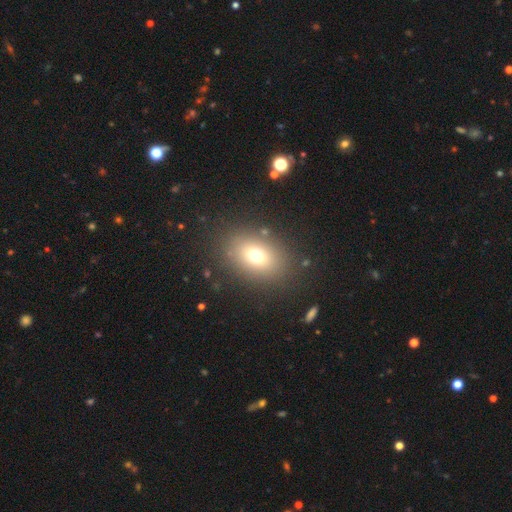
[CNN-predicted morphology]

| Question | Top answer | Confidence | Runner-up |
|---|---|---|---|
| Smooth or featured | smooth | 72% | star or artifact (15%) |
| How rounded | in between | 69% | round (30%) |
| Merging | none | 84% | minor disturbance (9%) |